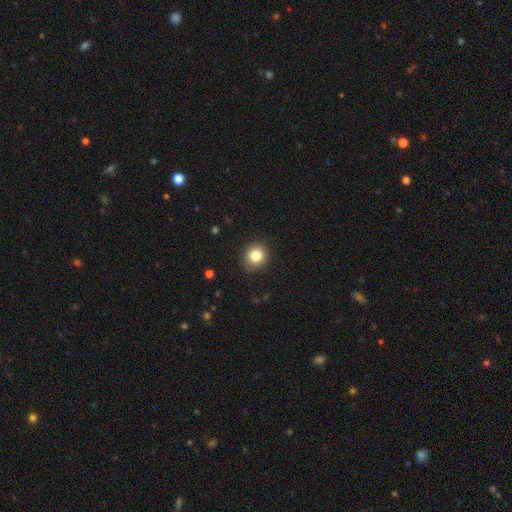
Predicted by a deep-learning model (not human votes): The model was most divided on "how rounded": round: 85%, in between: 14%, cigar-shaped: 1%. More confident: merging — none (88%); smooth or featured — smooth (83%).